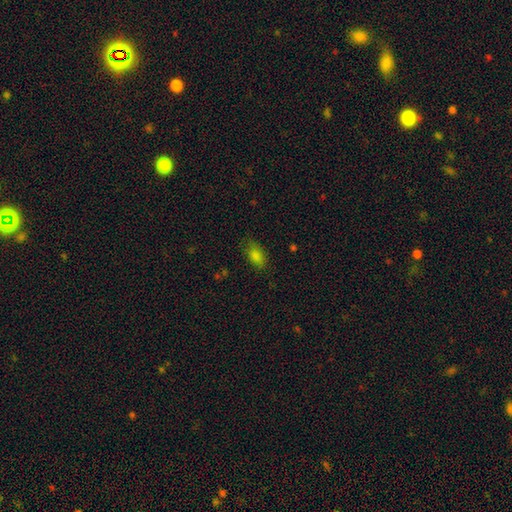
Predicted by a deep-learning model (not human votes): Smooth or featured: smooth — 81% (star or artifact — 13%)
How rounded: in between — 89% (round — 6%)
Merging: none — 78% (minor disturbance — 17%)